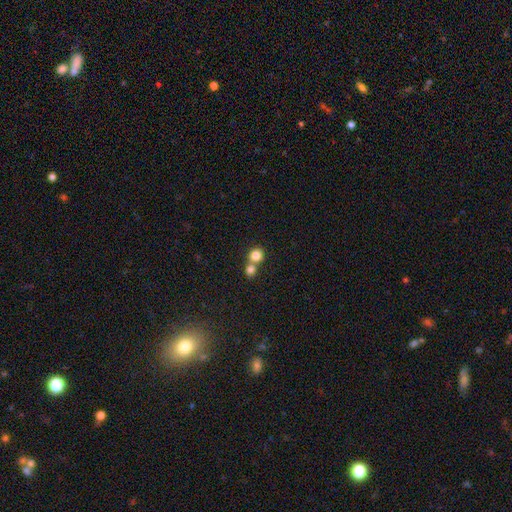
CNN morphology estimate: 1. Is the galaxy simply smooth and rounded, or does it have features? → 82% smooth, 10% star or artifact, 8% featured or disk.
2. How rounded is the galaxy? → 85% round, 14% in between, 1% cigar-shaped.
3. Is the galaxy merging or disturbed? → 48% merger, 44% none, 6% minor disturbance, 2% major disturbance.